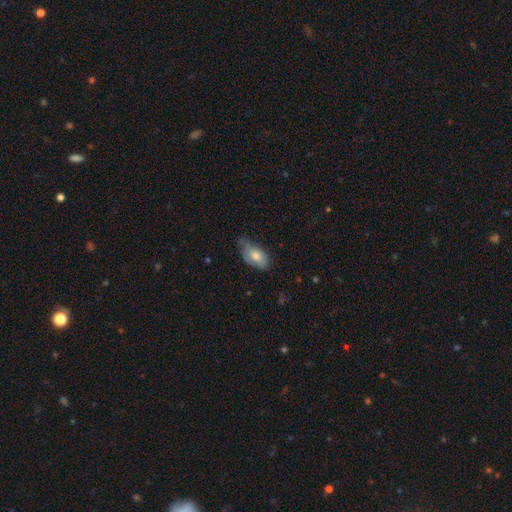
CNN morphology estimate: This appears to be a smooth galaxy with no disk features (72%) that is in between round and cigar-shaped (91%). Merging: none (52%).